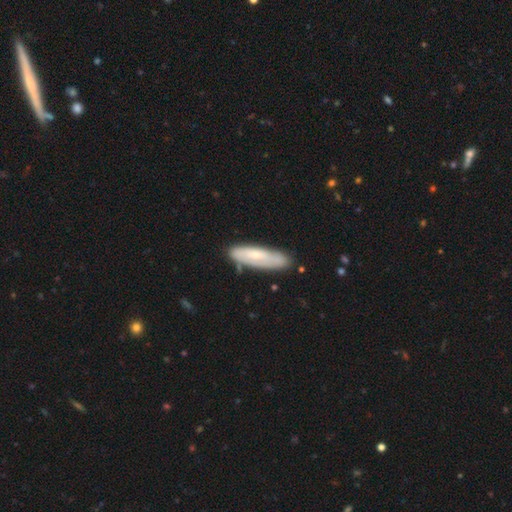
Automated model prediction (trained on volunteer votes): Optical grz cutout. It shows a smooth galaxy with no disk features (59%) that is cigar-shaped (62%). Merging: none (78%).